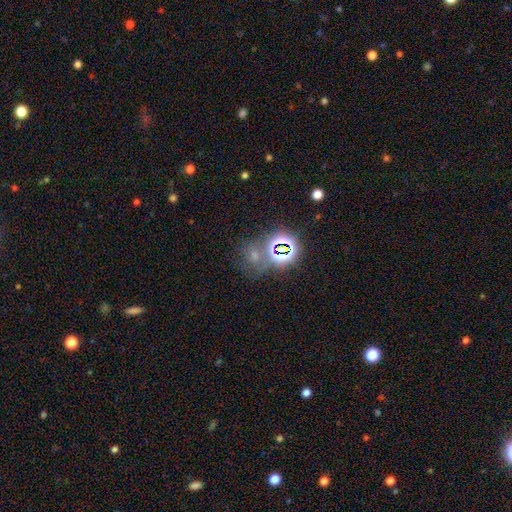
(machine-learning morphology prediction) This is possibly a star or artifact rather than a galaxy (51%).